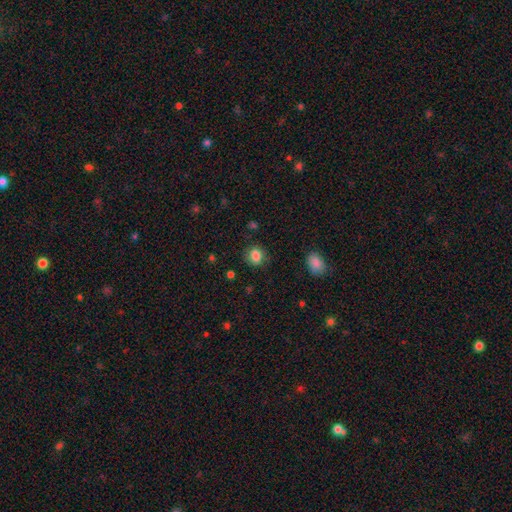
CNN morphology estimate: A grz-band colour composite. It shows a smooth galaxy with no disk features (85%) that is round (66%). Merging: none (81%).